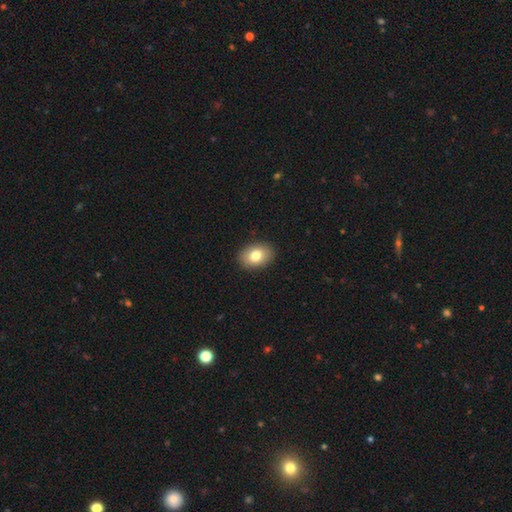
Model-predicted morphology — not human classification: This appears to be a smooth galaxy with no disk features (79%) that is in between round and cigar-shaped (78%). Merging: none (90%).